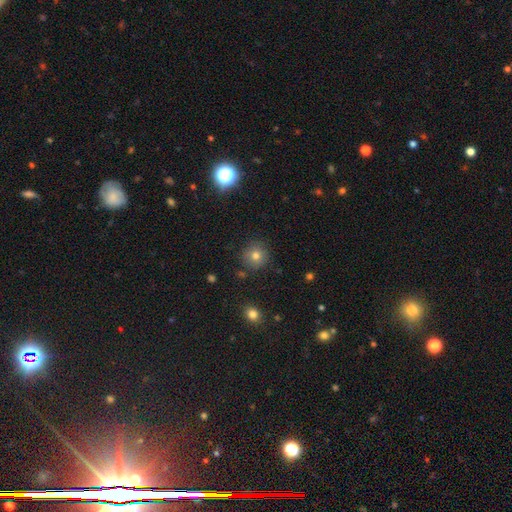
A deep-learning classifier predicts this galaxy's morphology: A smooth galaxy with no disk features (77%) that is round (92%). Merging: none (86%).